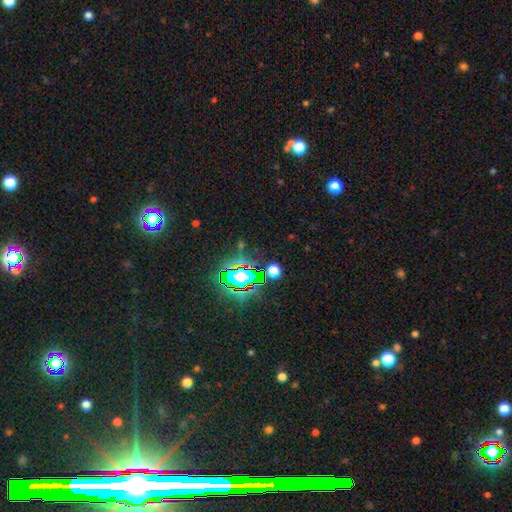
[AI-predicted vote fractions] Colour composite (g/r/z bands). It shows a star or artifact, not a galaxy (80%).